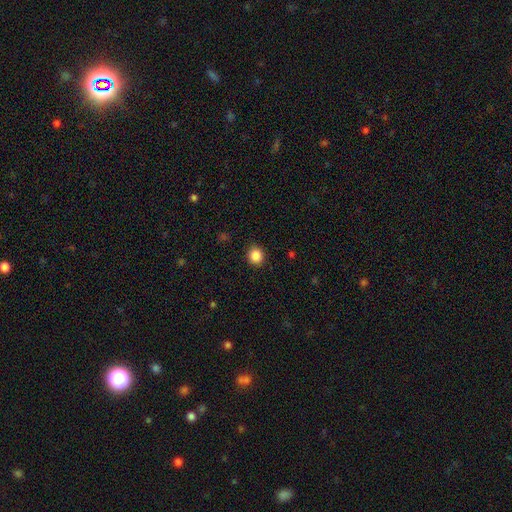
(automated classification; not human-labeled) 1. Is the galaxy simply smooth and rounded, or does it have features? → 86% smooth, 10% star or artifact, 4% featured or disk.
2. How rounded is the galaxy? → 88% round, 11% in between, 1% cigar-shaped.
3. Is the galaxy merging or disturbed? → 91% none, 6% minor disturbance, 2% major disturbance, 1% merger.